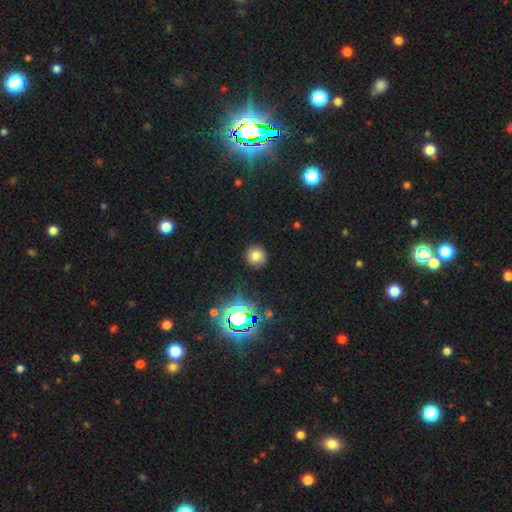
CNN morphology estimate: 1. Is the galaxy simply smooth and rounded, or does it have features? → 71% smooth, 19% star or artifact, 10% featured or disk.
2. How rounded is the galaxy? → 89% round, 10% in between, 1% cigar-shaped.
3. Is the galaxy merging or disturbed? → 86% none, 10% minor disturbance, 3% major disturbance, 2% merger.